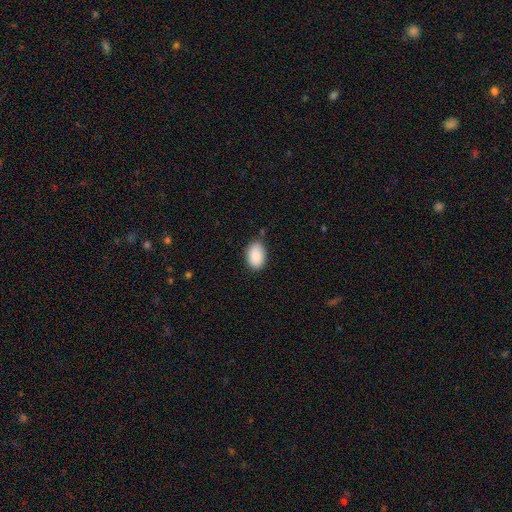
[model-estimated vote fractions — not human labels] Smooth or featured: smooth — 90% (star or artifact — 6%)
How rounded: in between — 91% (round — 8%)
Merging: none — 82% (minor disturbance — 14%)